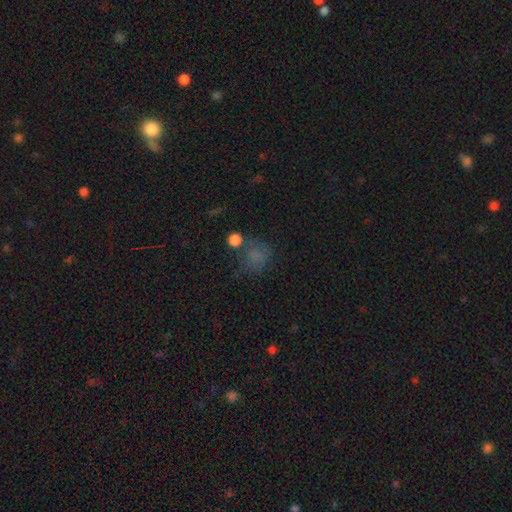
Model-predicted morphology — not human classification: Smooth or featured? smooth (67%)
How rounded? round (73%)
Merging? none (49%)